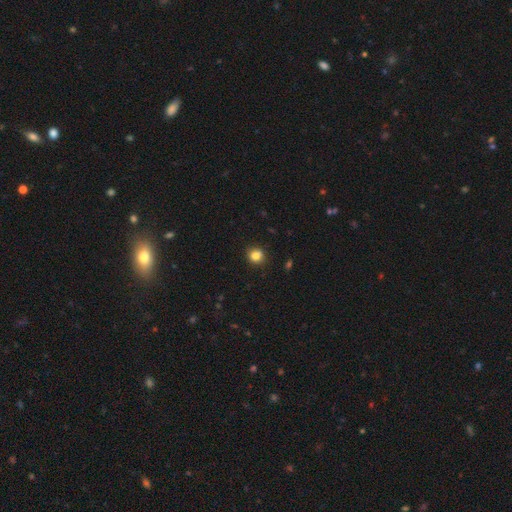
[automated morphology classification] smooth 84%, star or artifact 11%, featured or disk 5%. Down the decision tree: how rounded — round (82%); merging — none (88%).